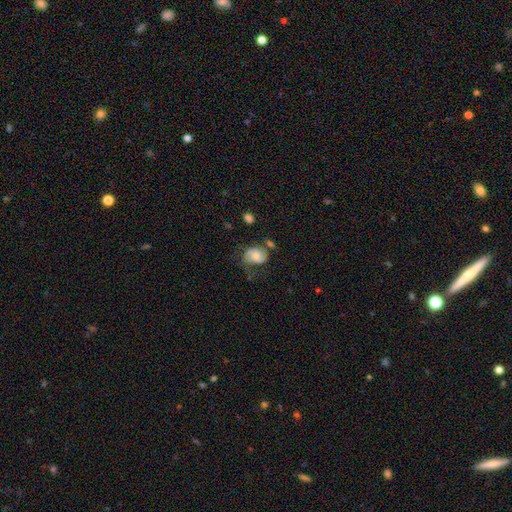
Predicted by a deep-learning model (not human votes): Smooth or featured? smooth (48%)
Merging? none (39%)